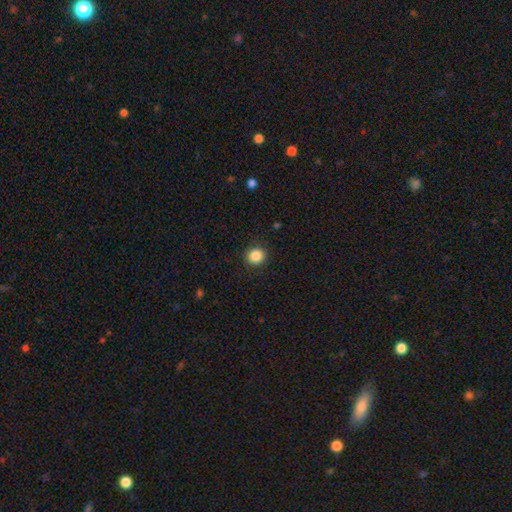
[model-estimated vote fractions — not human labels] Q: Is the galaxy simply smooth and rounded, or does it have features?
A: smooth — 86%.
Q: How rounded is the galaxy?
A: round — 90%.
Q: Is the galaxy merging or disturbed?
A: none — 90%.